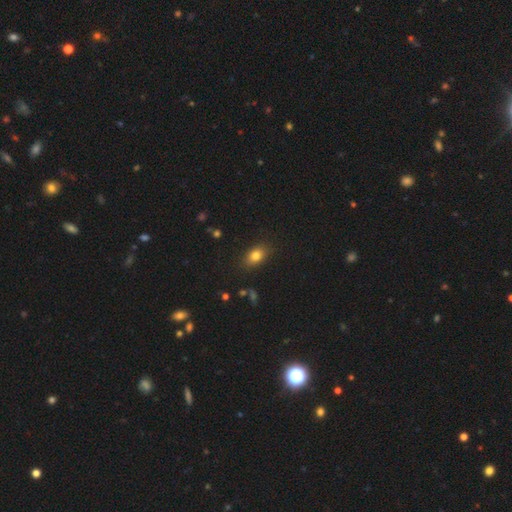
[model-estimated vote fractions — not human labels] A smooth galaxy with no disk features (81%) that is in between round and cigar-shaped (80%). Merging: none (84%).